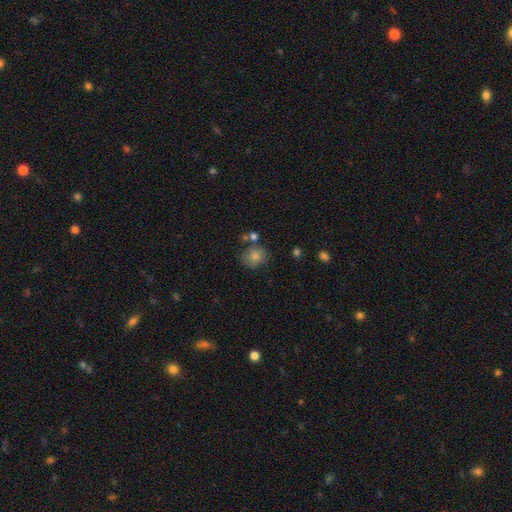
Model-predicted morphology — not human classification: smooth 75%, featured or disk 13%, star or artifact 12%. Down the decision tree: how rounded — round (64%); merging — none (67%).